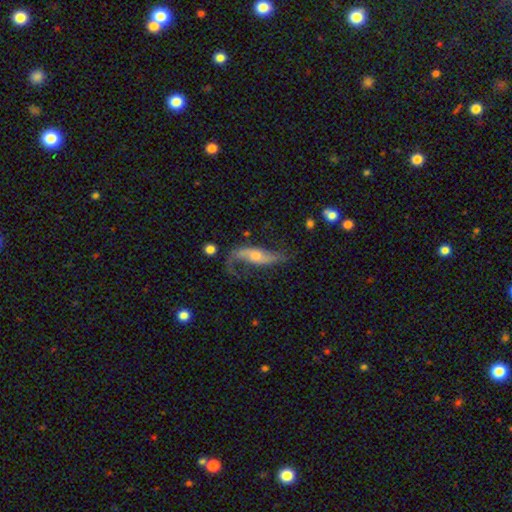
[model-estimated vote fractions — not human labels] A featured or disk galaxy (76%) with no bar (56%), 2 (75%) loose (82%) spiral arms (90%) and a moderate central bulge (48%).

Vote fractions:
- Smooth or featured? featured or disk: 76% / smooth: 17% / star or artifact: 7%
- Edge-on disk? no: 82% / yes: 18%
- Bar? no: 56% / weak: 27% / strong: 17%
- Spiral arms? yes: 90% / no: 10%
- Spiral winding? loose: 82% / medium: 13% / tight: 5%
- Spiral arm count? 2: 75% / 1: 19% / can't tell: 4% / 3: 1% / 4: 1% / more than 4: 1%
- Bulge size? moderate: 48% / small: 44% / large: 4% / none: 3% / dominant: 1%
- Merging? none: 48% / major disturbance: 26% / minor disturbance: 22% / merger: 4%